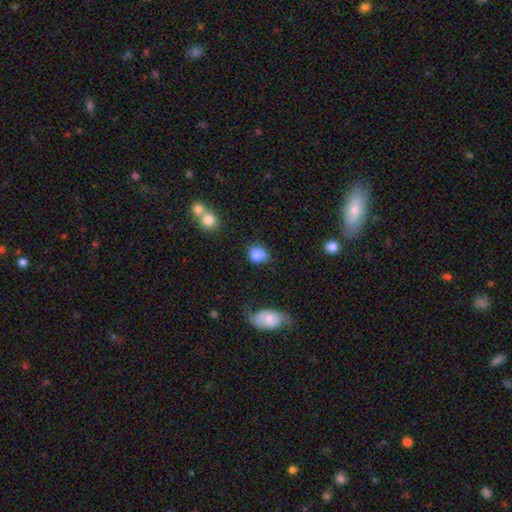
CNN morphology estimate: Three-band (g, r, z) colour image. It shows a smooth galaxy with no disk features (85%) that is round (56%). Merging: none (63%).